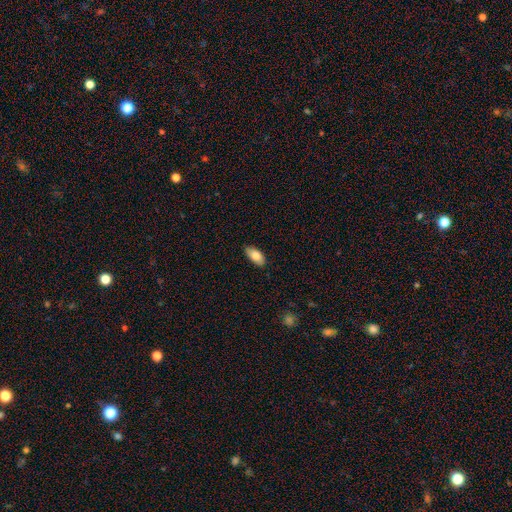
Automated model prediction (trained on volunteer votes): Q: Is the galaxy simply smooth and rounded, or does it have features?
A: smooth — 83%.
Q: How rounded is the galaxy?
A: in between — 90%.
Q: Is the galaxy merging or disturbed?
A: none — 81%.